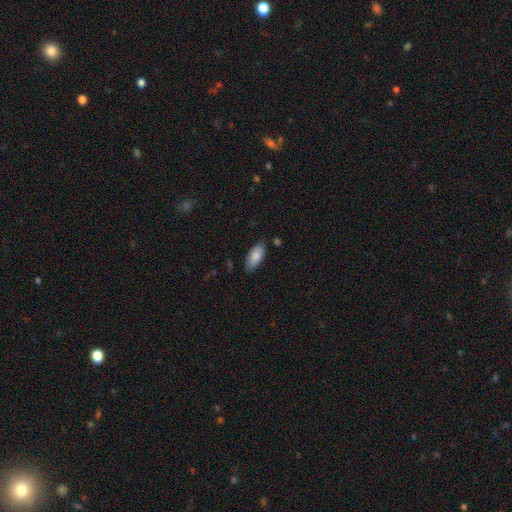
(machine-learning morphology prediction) Smooth or featured: smooth — 86% (featured or disk — 8%)
How rounded: in between — 89% (cigar-shaped — 9%)
Merging: none — 80% (minor disturbance — 16%)